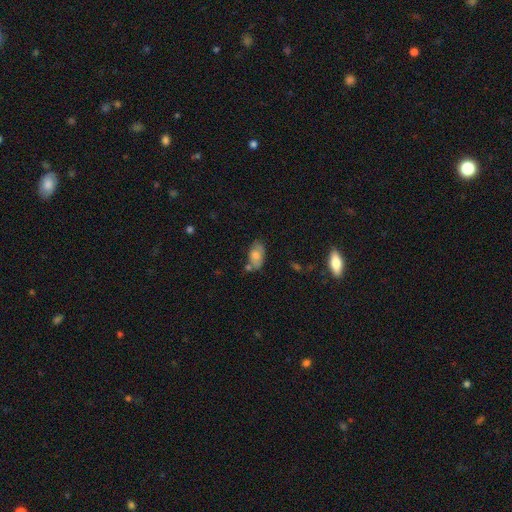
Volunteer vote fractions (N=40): Smooth or featured? 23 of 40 (57%) said smooth. How rounded? 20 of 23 (87%) said in between. Merging? 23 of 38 (61%) said none.